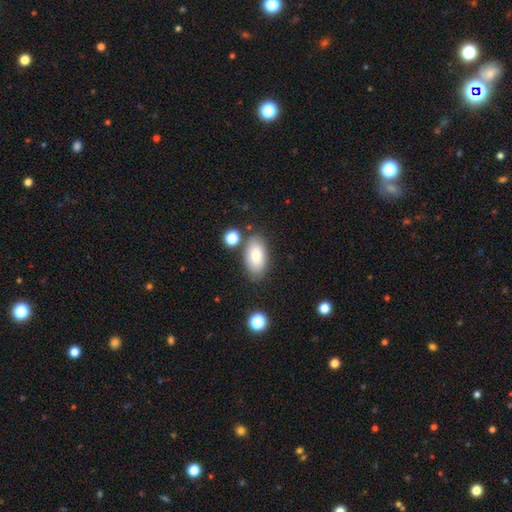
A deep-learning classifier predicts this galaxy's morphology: Smooth or featured? smooth (78%)
How rounded? in between (93%)
Merging? none (76%)